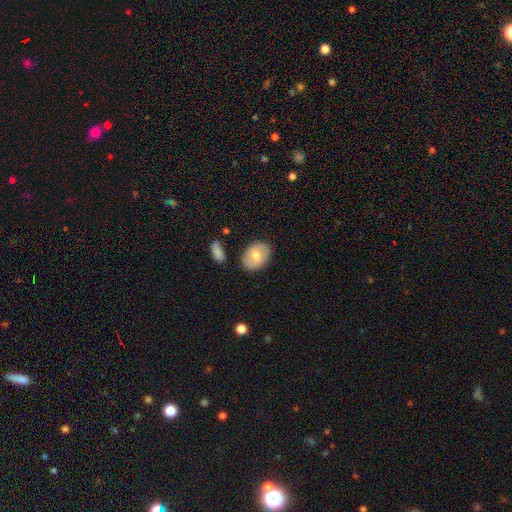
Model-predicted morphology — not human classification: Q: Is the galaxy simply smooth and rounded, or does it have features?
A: smooth — 64%.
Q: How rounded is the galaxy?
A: in between — 75%.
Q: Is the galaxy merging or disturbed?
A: none — 80%.